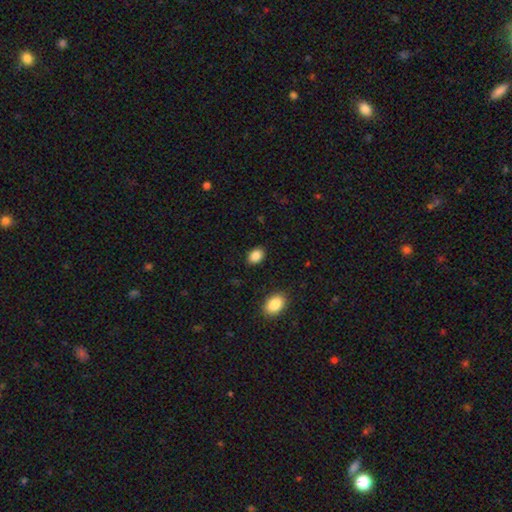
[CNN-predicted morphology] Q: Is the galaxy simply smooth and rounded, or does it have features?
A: smooth — 87%.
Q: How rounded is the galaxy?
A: in between — 75%.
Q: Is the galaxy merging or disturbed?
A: none — 88%.